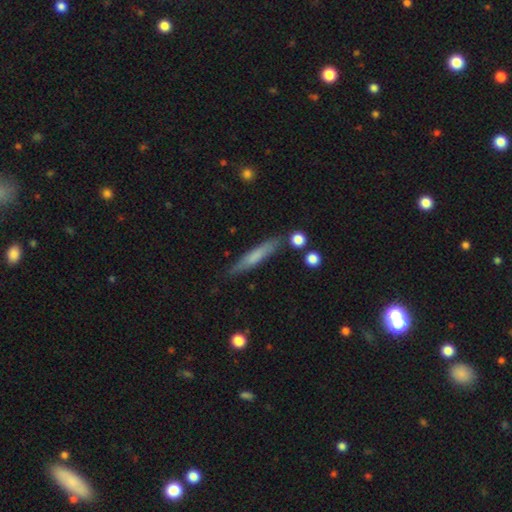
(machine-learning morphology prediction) smooth 61%, featured or disk 33%, star or artifact 6%. Down the decision tree: how rounded — cigar-shaped (91%); merging — none (81%).